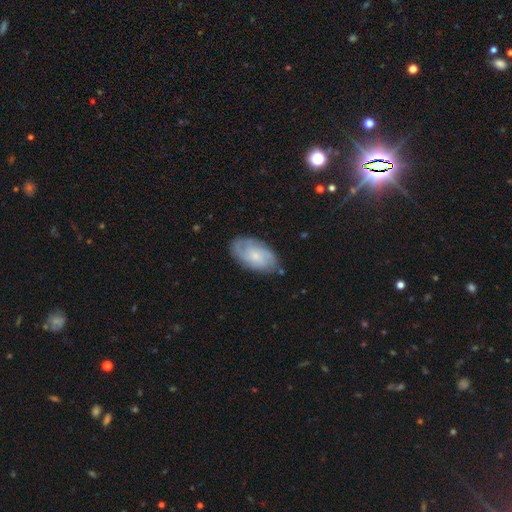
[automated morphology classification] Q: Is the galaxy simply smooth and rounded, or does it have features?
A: featured or disk — 59%.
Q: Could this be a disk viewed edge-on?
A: no — 95%.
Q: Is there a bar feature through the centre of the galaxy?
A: no — 71%.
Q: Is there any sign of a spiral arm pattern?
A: yes — 88%.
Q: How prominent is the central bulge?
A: small — 72%.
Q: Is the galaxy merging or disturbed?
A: none — 77%.